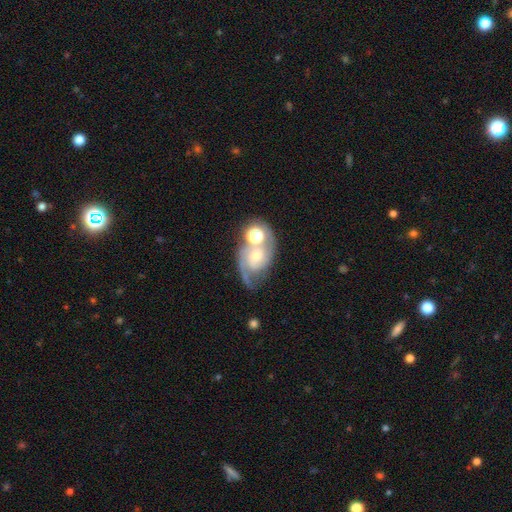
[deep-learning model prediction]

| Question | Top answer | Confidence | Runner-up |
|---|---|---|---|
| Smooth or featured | featured or disk | 75% | smooth (15%) |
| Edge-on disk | no | 97% | yes (3%) |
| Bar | no | 67% | weak (26%) |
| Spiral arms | yes | 92% | no (8%) |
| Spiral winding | medium | 46% | tight (36%) |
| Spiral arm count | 2 | 70% | 1 (13%) |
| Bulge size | small | 44% | moderate (38%) |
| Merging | none | 43% | merger (27%) |